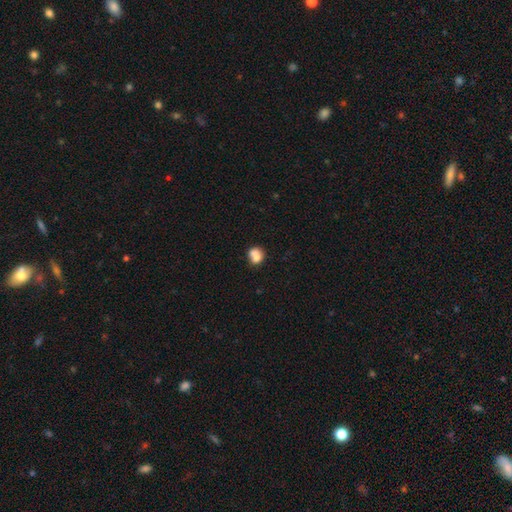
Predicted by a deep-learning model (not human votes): Smooth or featured?
  - smooth: 74% *
  - featured or disk: 16%
  - star or artifact: 10%
How rounded?
  - round: 68% *
  - in between: 31%
  - cigar-shaped: 1%
Merging?
  - merger: 51% *
  - none: 33%
  - minor disturbance: 11%
  - major disturbance: 5%